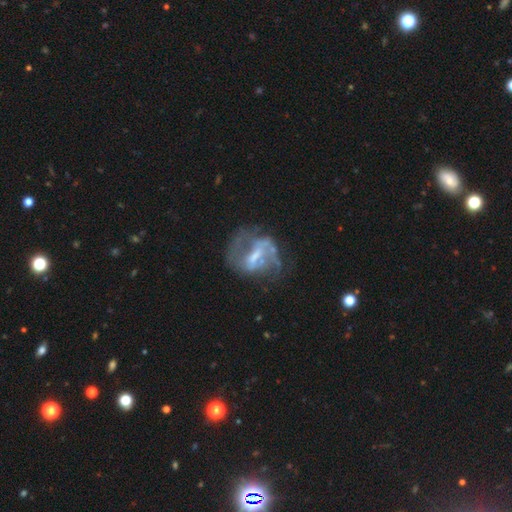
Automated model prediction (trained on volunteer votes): smooth_or_featured: featured or disk (p=0.73) [alt: smooth p=0.17]
disk_edge_on: no (p=0.96) [alt: yes p=0.04]
bar: weak (p=0.42) [alt: strong p=0.35]
has_spiral_arms: yes (p=0.58) [alt: no p=0.42]
bulge_size: moderate (p=0.34) [alt: small p=0.32]
merging: none (p=0.42) [alt: major disturbance p=0.32]